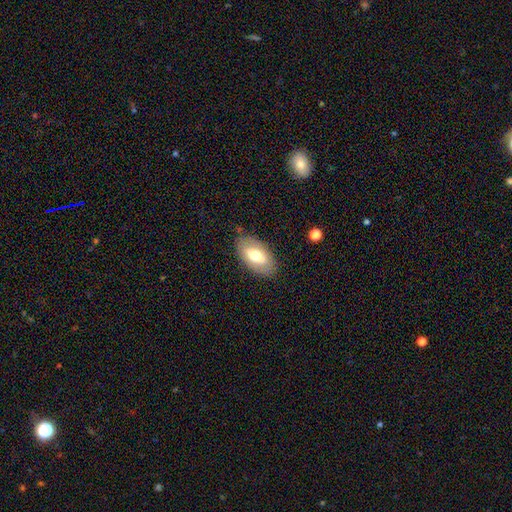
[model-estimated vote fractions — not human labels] Smooth or featured: smooth — 64% (featured or disk — 30%)
How rounded: in between — 94% (round — 4%)
Merging: none — 82% (minor disturbance — 13%)